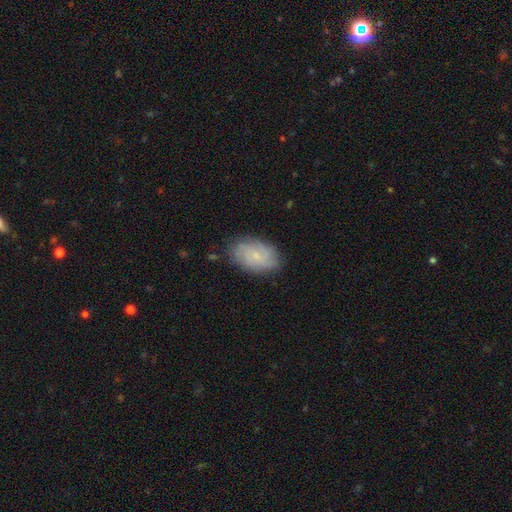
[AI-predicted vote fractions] This is possibly a featured or disk galaxy (58%). It is clearly not viewed edge-on (96%). Bar: likely no (72%). Spiral arm pattern: clearly yes (89%). Spiral arm count: marginally can't tell (42%). Spiral winding: possibly tight (54%). Central bulge: likely small (76%). Merging: likely none (79%).